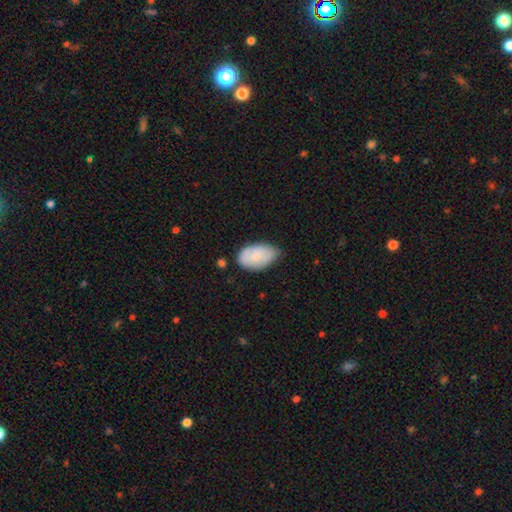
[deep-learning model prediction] smooth-or-featured: smooth: 78% | featured or disk: 16% | star or artifact: 6%
  how-rounded: in between: 93% | round: 6% | cigar-shaped: 1%
  merging: none: 53% | minor disturbance: 39% | major disturbance: 6% | merger: 3%